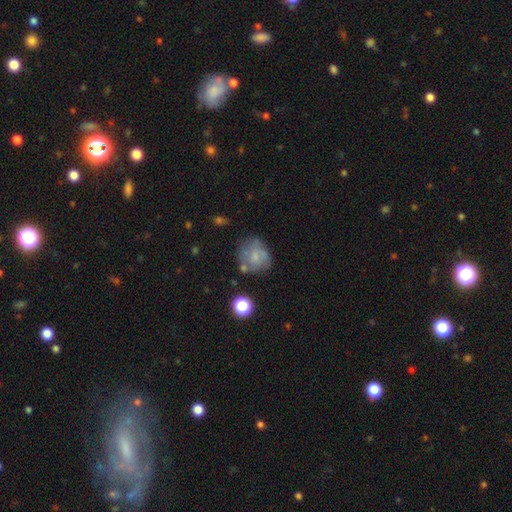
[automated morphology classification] type=smooth (50%); roundness=round (76%); merging=none (54%).